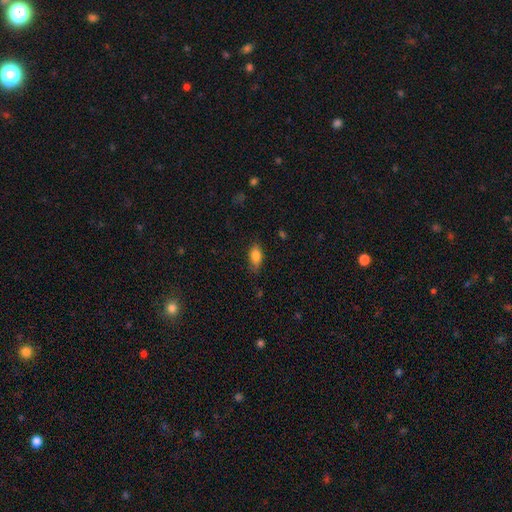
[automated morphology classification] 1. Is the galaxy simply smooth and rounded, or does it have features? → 83% smooth, 9% featured or disk, 8% star or artifact.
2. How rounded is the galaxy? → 86% in between, 9% cigar-shaped, 5% round.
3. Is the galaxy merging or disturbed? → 76% none, 19% minor disturbance, 4% major disturbance, 1% merger.